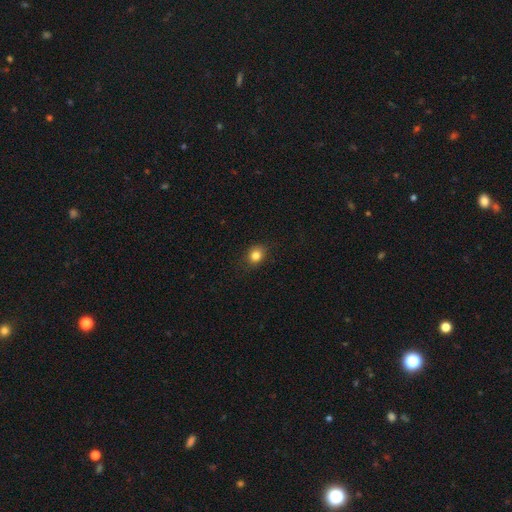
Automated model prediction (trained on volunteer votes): Q: Smooth or featured?
A: smooth (83%); runner-up: star or artifact (11%)
Q: How rounded?
A: round (61%); runner-up: in between (38%)
Q: Merging?
A: none (84%); runner-up: minor disturbance (12%)